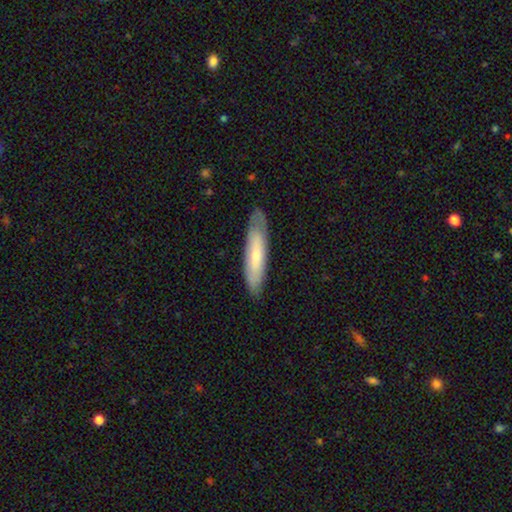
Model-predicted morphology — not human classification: Smooth or featured? Predicted: smooth (p=0.60). How rounded? Predicted: cigar-shaped (p=0.79). Merging? Predicted: none (p=0.83).